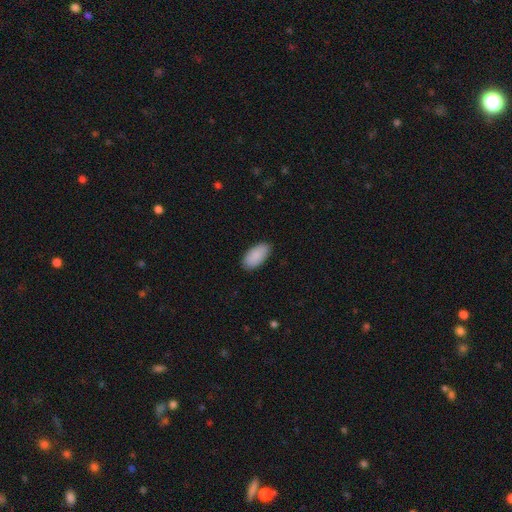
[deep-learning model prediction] smooth 90%, star or artifact 6%, featured or disk 4%. Down the decision tree: how rounded — in between (94%); merging — none (86%).